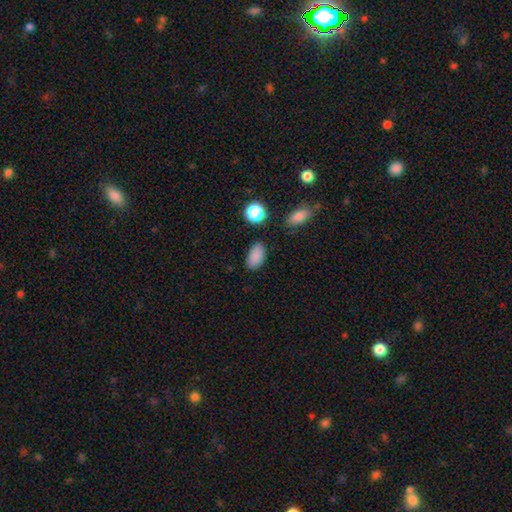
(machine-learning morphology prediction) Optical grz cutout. It shows a smooth galaxy with no disk features (86%) that is in between round and cigar-shaped (91%). Merging: none (83%).